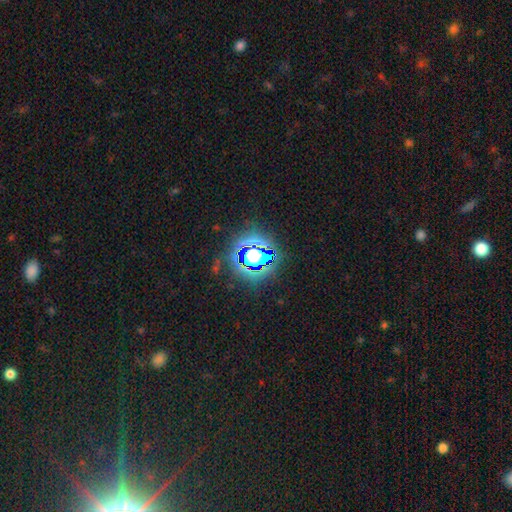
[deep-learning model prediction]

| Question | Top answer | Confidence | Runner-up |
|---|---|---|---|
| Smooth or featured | star or artifact | 63% | smooth (24%) |